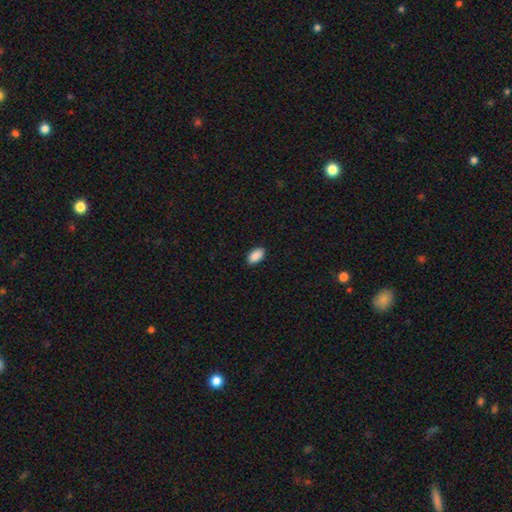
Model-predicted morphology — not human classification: type=smooth (90%); roundness=in between (94%); merging=none (89%).